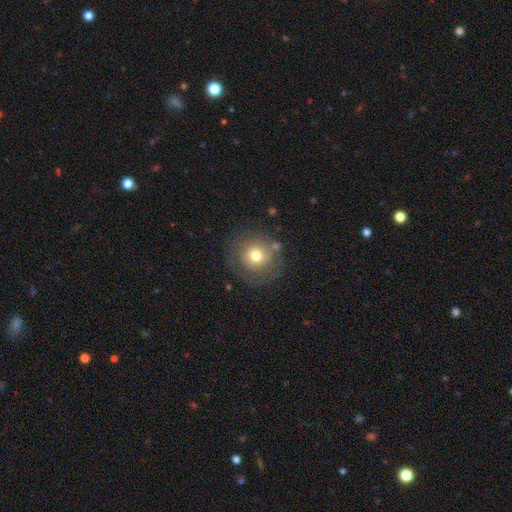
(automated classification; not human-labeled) The model was most divided on "smooth or featured": smooth: 65%, featured or disk: 24%, star or artifact: 11%. More confident: how rounded — round (93%); merging — none (75%).